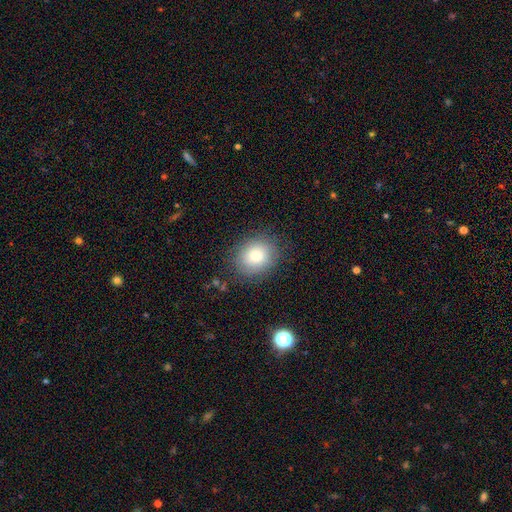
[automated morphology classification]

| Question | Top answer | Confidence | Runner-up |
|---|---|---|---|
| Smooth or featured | smooth | 77% | featured or disk (12%) |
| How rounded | round | 68% | in between (32%) |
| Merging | none | 83% | minor disturbance (11%) |